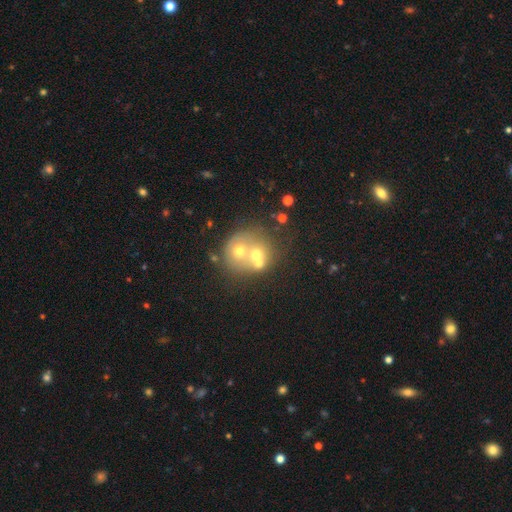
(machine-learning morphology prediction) type=smooth (50%); merging=merger (64%).